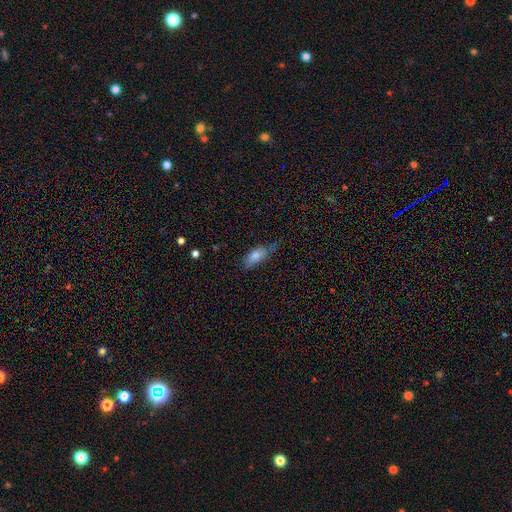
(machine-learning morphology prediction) smooth 79%, featured or disk 13%, star or artifact 7%. Down the decision tree: how rounded — in between (83%); merging — none (45%).